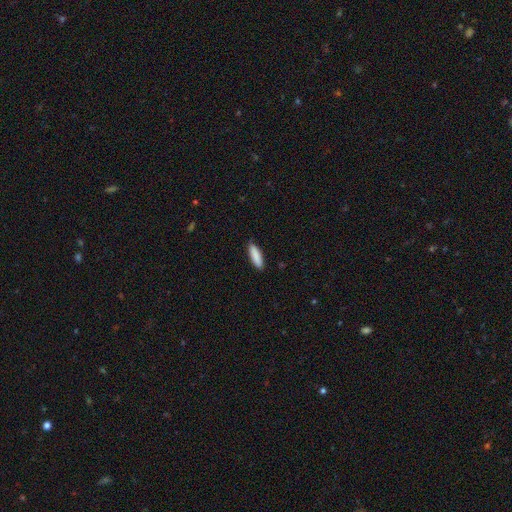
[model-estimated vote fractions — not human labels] Smooth or featured? smooth (89%)
How rounded? cigar-shaped (60%)
Merging? none (88%)